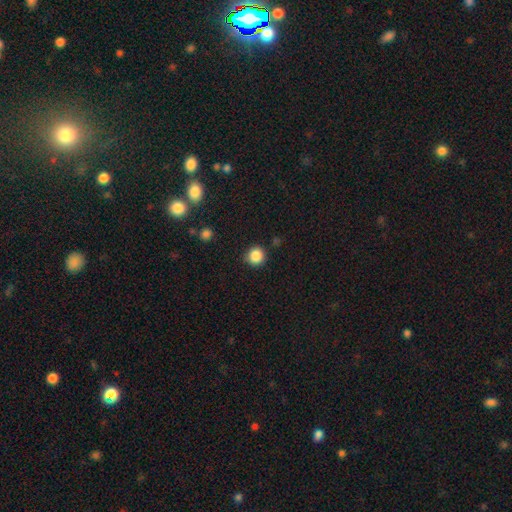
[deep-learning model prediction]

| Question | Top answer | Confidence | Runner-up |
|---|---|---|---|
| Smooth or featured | smooth | 86% | star or artifact (11%) |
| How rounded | round | 93% | in between (6%) |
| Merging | none | 88% | minor disturbance (8%) |